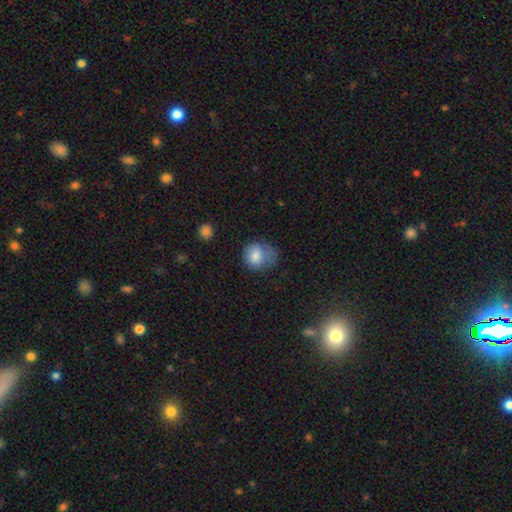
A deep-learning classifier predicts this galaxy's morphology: smooth 78%, featured or disk 13%, star or artifact 9%. Down the decision tree: how rounded — round (65%); merging — none (39%).